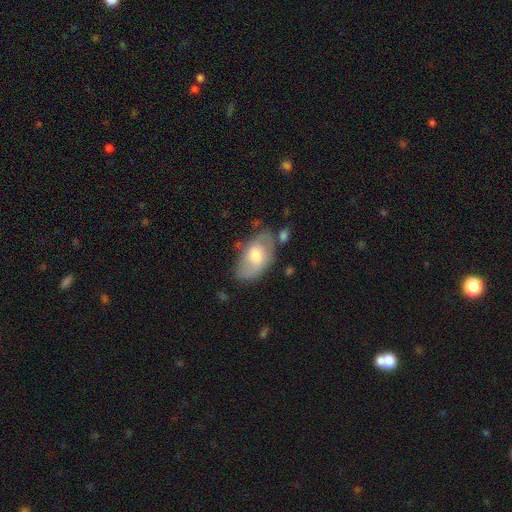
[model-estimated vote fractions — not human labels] Smooth or featured? Predicted: smooth (p=0.50). How rounded? Predicted: in between (p=0.92). Merging? Predicted: none (p=0.61).